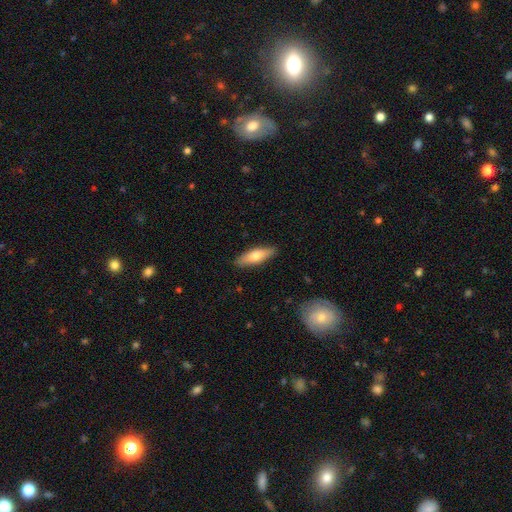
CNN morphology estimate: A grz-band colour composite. It shows a smooth galaxy with no disk features (68%) that is cigar-shaped (52%). Merging: none (87%).